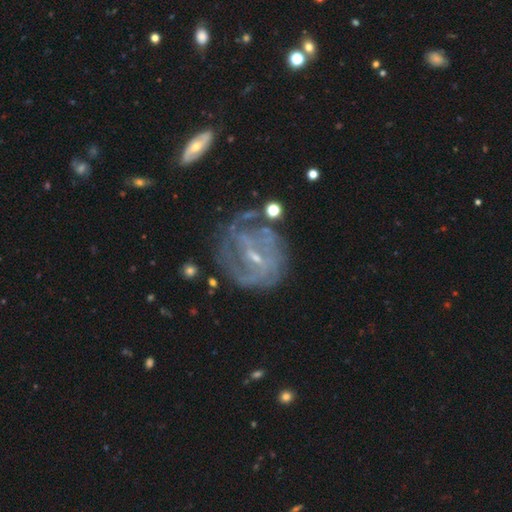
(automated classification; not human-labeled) The model was most divided on "bar": weak: 47%, strong: 29%, no: 24%. Remaining: edge-on disk — no (96%); spiral arms — yes (80%); smooth or featured — featured or disk (80%); bulge size — small (76%); merging — none (55%); spiral winding — tight (53%); spiral arm count — can't tell (45%).